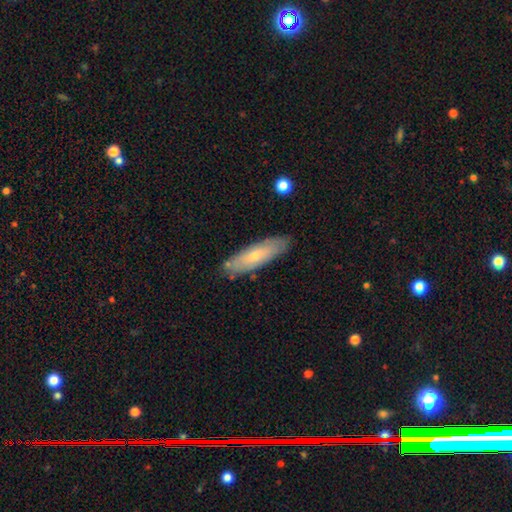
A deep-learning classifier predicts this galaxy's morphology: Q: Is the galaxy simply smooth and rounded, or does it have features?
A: smooth — 50%.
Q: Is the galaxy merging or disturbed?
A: none — 83%.